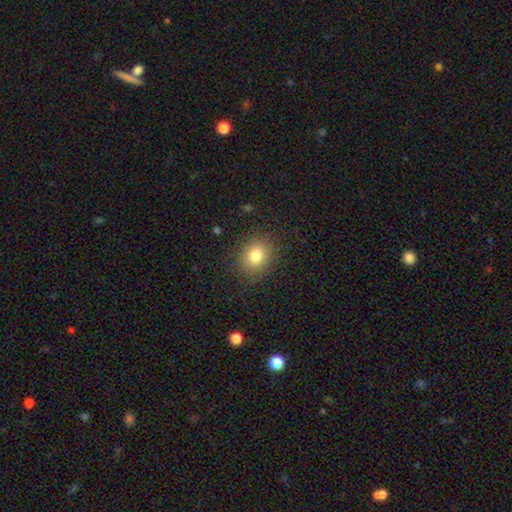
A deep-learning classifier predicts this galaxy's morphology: Smooth or featured? Predicted: smooth (p=0.80). How rounded? Predicted: round (p=0.72). Merging? Predicted: none (p=0.86).